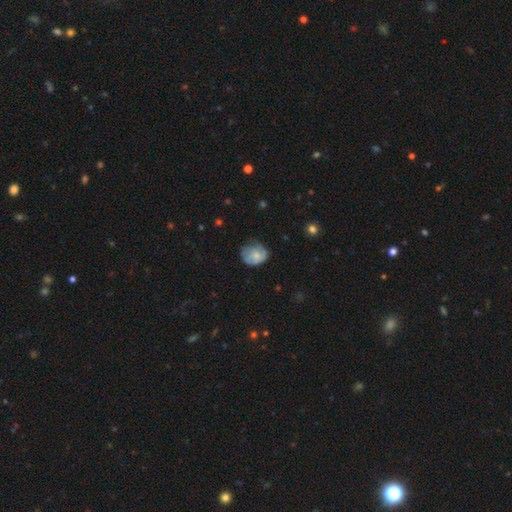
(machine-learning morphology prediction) Smooth or featured: smooth — 63% (featured or disk — 29%)
How rounded: round — 55% (in between — 44%)
Merging: none — 50% (minor disturbance — 34%)